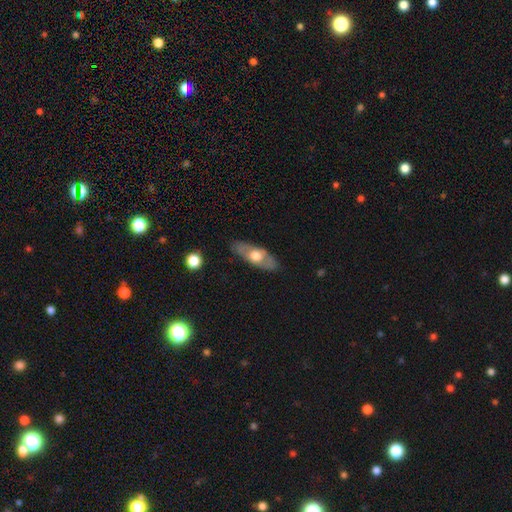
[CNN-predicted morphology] Q: Smooth or featured?
A: smooth (47%); tied with: featured or disk (47%)
Q: Merging?
A: none (83%); runner-up: minor disturbance (13%)